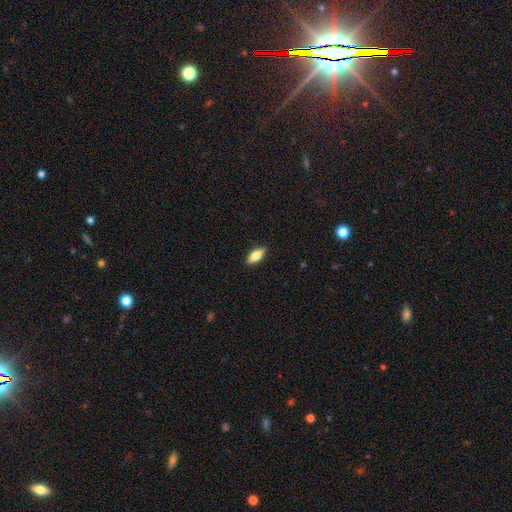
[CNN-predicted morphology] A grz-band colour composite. It shows a smooth galaxy with no disk features (73%) that is in between round and cigar-shaped (79%). Merging: none (88%).